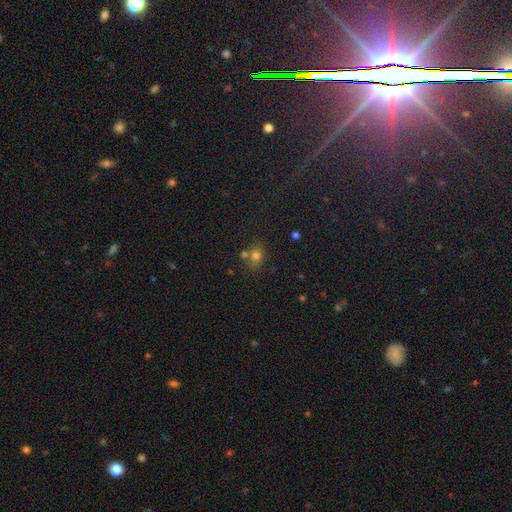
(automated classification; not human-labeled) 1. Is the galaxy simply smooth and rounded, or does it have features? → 73% smooth, 16% star or artifact, 11% featured or disk.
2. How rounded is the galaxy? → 61% round, 38% in between, 1% cigar-shaped.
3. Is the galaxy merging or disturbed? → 58% none, 24% merger, 14% minor disturbance, 4% major disturbance.